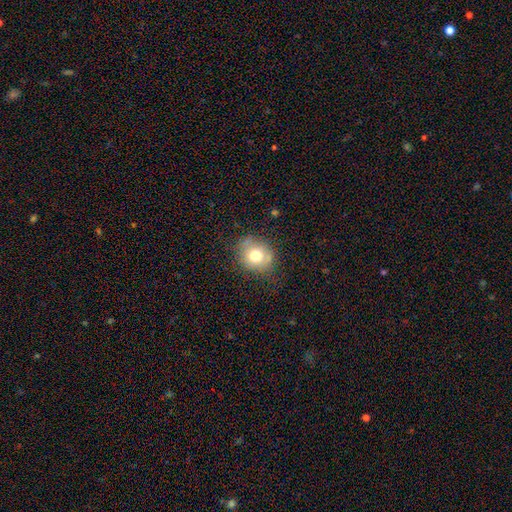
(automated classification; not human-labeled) The model was most divided on "how rounded": round: 69%, in between: 30%, cigar-shaped: 1%. More confident: merging — none (72%); smooth or featured — smooth (72%).